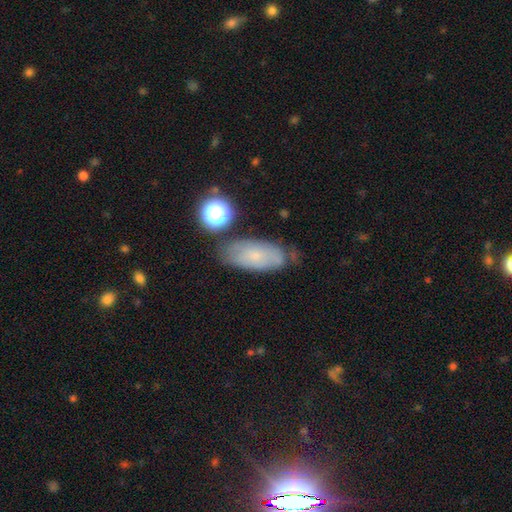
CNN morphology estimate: Overall: smooth (55%; featured or disk 34%). How rounded: in between (86%). Merging: none (66%).